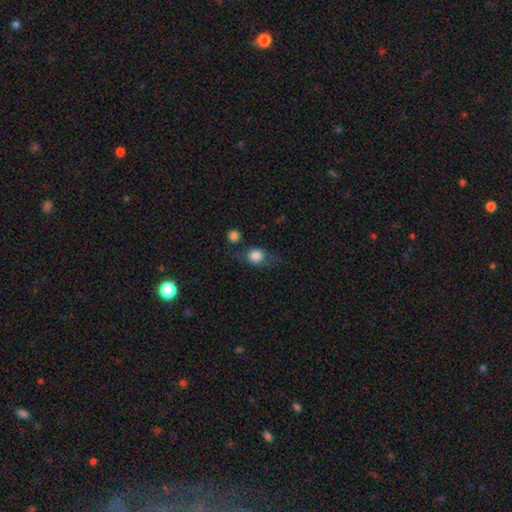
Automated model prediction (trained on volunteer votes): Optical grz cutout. It shows a smooth galaxy with no disk features (76%) that is round (65%). Merging: none (57%).